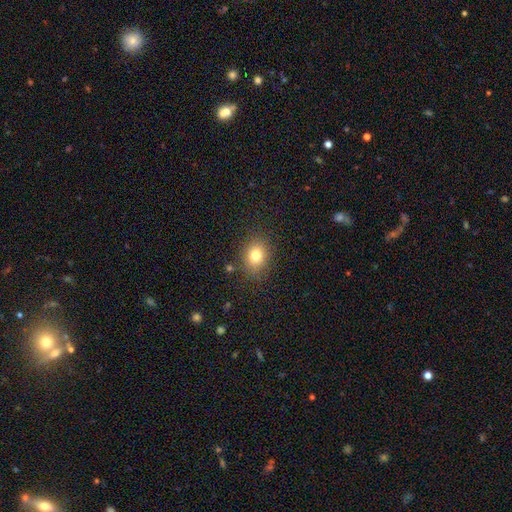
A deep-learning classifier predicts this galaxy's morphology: smooth_or_featured: smooth (p=0.79) [alt: star or artifact p=0.12]
how_rounded: round (p=0.52) [alt: in between p=0.47]
merging: none (p=0.84) [alt: minor disturbance p=0.10]